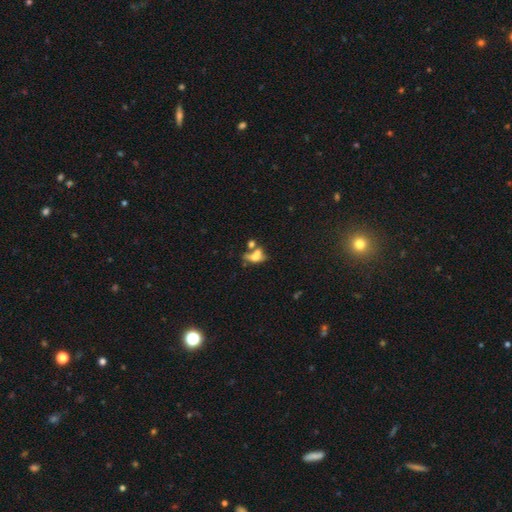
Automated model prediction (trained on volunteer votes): This is possibly a smooth galaxy (54%). How rounded: likely in between (71%). Merging: marginally merger (44%).